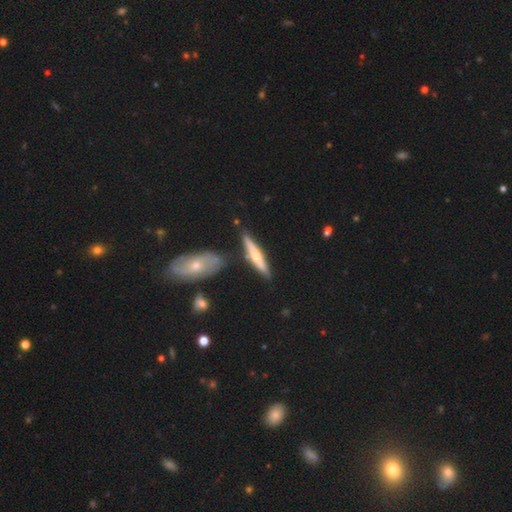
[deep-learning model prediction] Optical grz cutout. It shows a featured or disk galaxy (49%). Merging: none (79%).